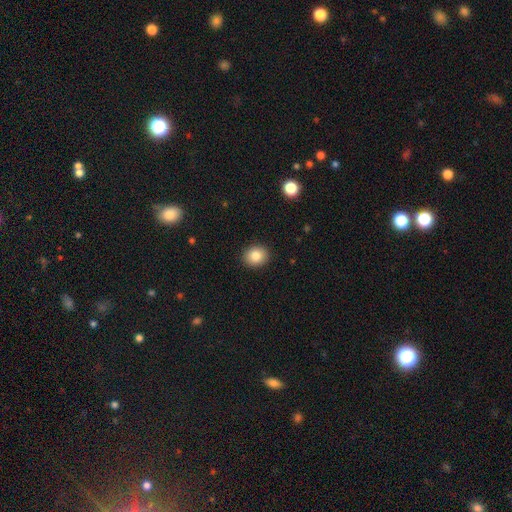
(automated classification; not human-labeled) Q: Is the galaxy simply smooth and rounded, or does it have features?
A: smooth — 84%.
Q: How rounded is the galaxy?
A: round — 66%.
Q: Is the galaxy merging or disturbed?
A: none — 91%.